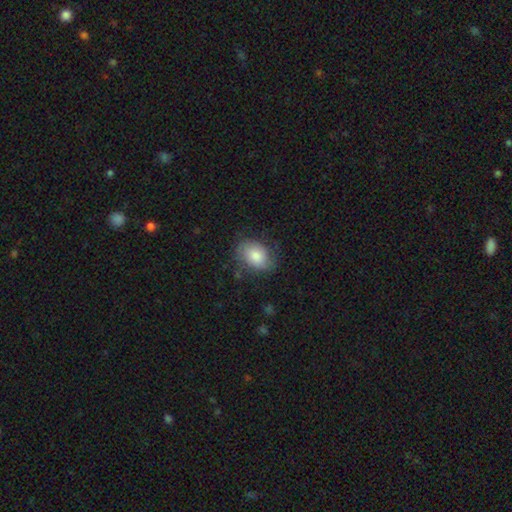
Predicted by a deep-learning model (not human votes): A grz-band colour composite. It shows a smooth galaxy with no disk features (73%) that is in between round and cigar-shaped (78%). Merging: none (70%).